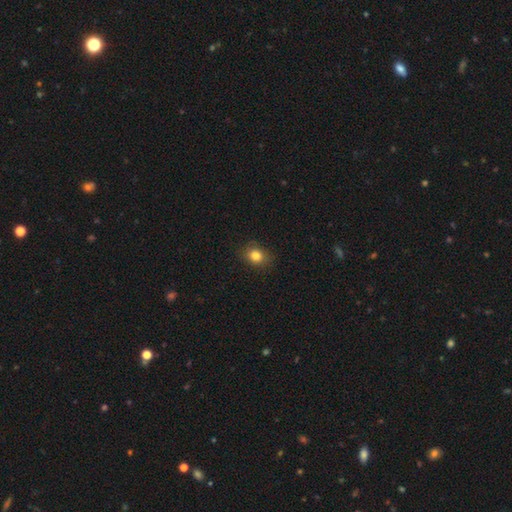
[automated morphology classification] A smooth galaxy with no disk features (83%) that is round (52%). Merging: none (82%).